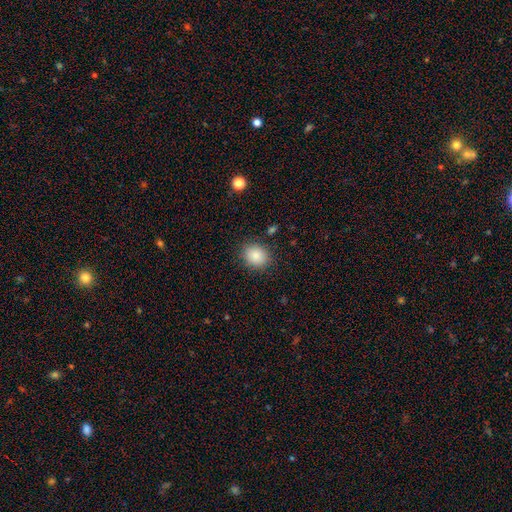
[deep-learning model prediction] This appears to be a smooth galaxy with no disk features (86%) that is round (64%). Merging: none (86%).